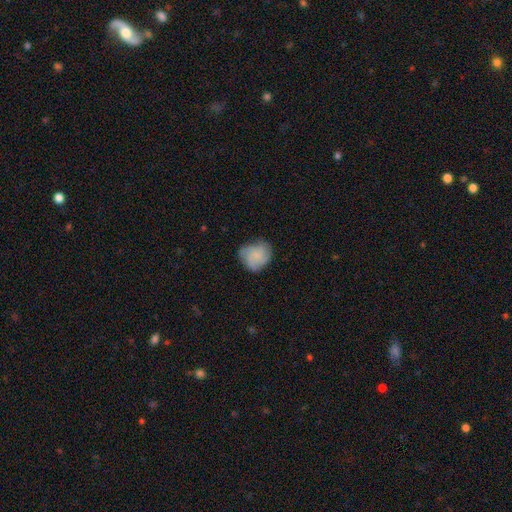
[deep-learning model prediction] Smooth or featured: smooth — 51% (featured or disk — 40%)
How rounded: round — 65% (in between — 34%)
Merging: none — 66% (minor disturbance — 24%)